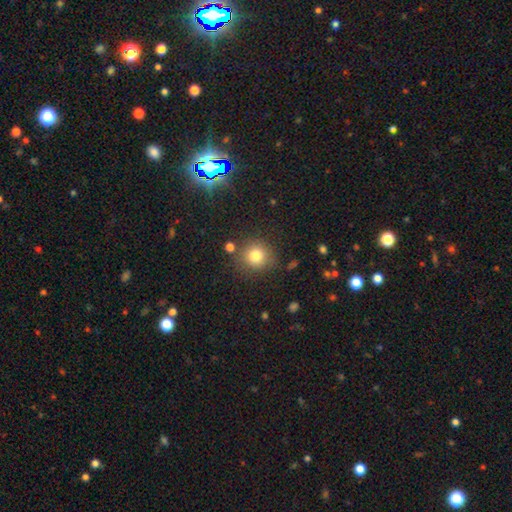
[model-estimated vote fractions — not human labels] smooth_or_featured: smooth (p=0.79) [alt: star or artifact p=0.13]
how_rounded: round (p=0.89) [alt: in between p=0.10]
merging: none (p=0.81) [alt: minor disturbance p=0.11]